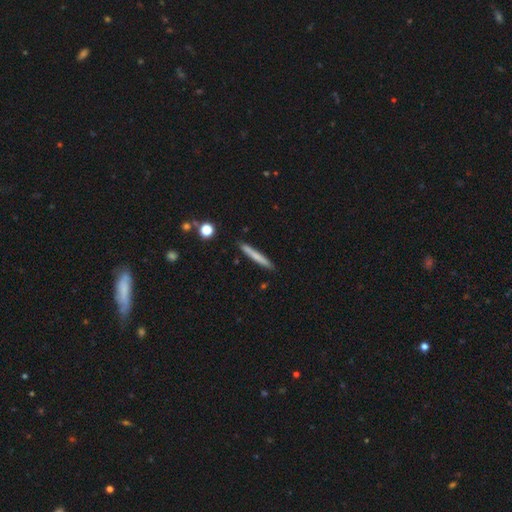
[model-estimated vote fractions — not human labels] smooth-or-featured: smooth: 70% | featured or disk: 24% | star or artifact: 6%
  how-rounded: cigar-shaped: 96% | in between: 3% | round: 1%
  merging: none: 90% | minor disturbance: 7% | merger: 1% | major disturbance: 1%